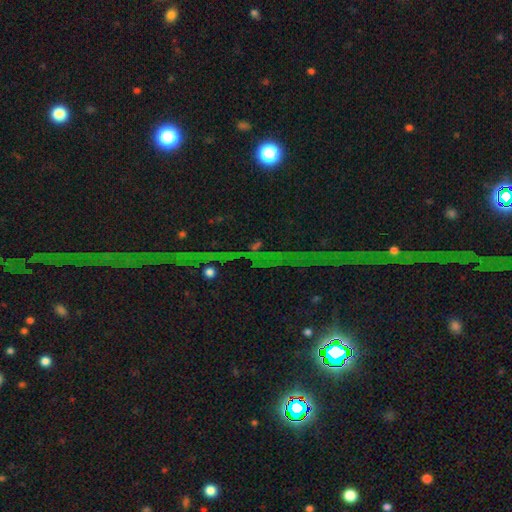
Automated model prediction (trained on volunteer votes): Smooth or featured: star or artifact — 73% (featured or disk — 14%)